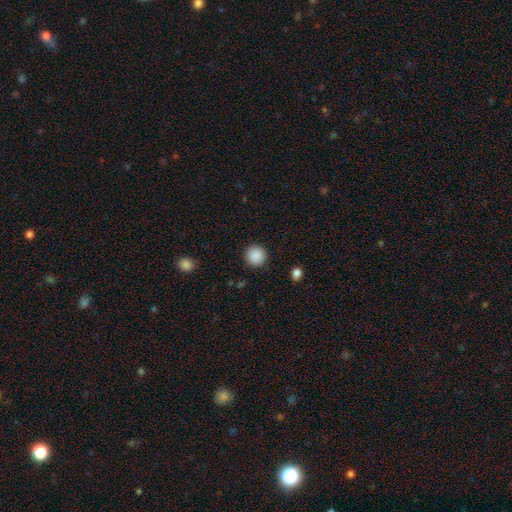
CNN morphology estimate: smooth-or-featured: smooth: 89% | star or artifact: 8% | featured or disk: 2%
  how-rounded: round: 95% | in between: 4% | cigar-shaped: 1%
  merging: none: 92% | minor disturbance: 5% | major disturbance: 2% | merger: 1%